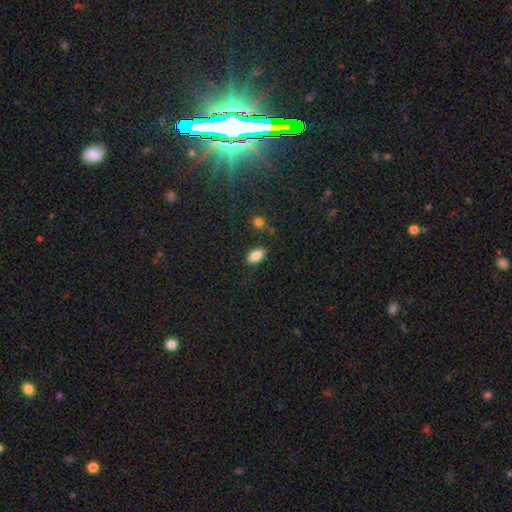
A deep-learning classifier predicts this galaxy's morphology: A smooth galaxy with no disk features (84%) that is in between round and cigar-shaped (91%).

Vote fractions:
- Smooth or featured? smooth: 84% / star or artifact: 8% / featured or disk: 7%
- How rounded? in between: 91% / cigar-shaped: 5% / round: 4%
- Merging? none: 84% / minor disturbance: 11% / merger: 3% / major disturbance: 3%